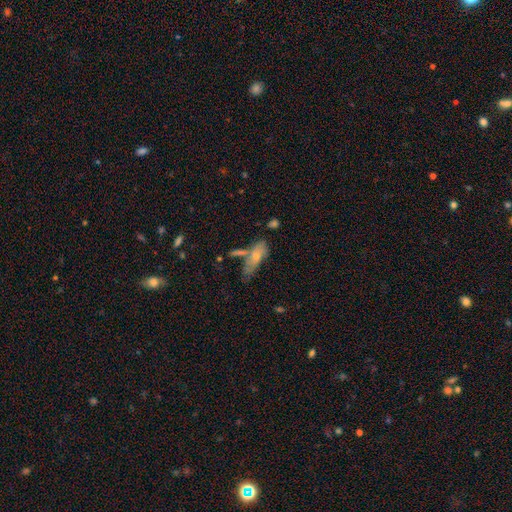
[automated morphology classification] Smooth or featured? Predicted: smooth (p=0.61). How rounded? Predicted: in between (p=0.71). Merging? Predicted: none (p=0.38).